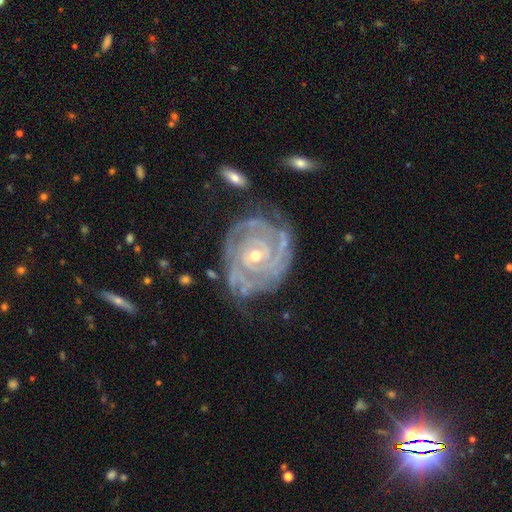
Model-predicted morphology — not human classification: A featured or disk galaxy (92%) with no bar (66%), 2 (30%) tight (83%) spiral arms (98%) and a small central bulge (50%).

Vote fractions:
- Smooth or featured? featured or disk: 92% / star or artifact: 5% / smooth: 3%
- Edge-on disk? no: 97% / yes: 3%
- Bar? no: 66% / weak: 24% / strong: 10%
- Spiral arms? yes: 98% / no: 2%
- Spiral winding? tight: 83% / medium: 14% / loose: 2%
- Spiral arm count? 2: 30% / 3: 26% / can't tell: 18% / 4: 12% / more than 4: 7% / 1: 6%
- Bulge size? small: 50% / moderate: 47% / large: 1% / none: 1% / dominant: 1%
- Merging? none: 64% / minor disturbance: 23% / major disturbance: 10% / merger: 3%